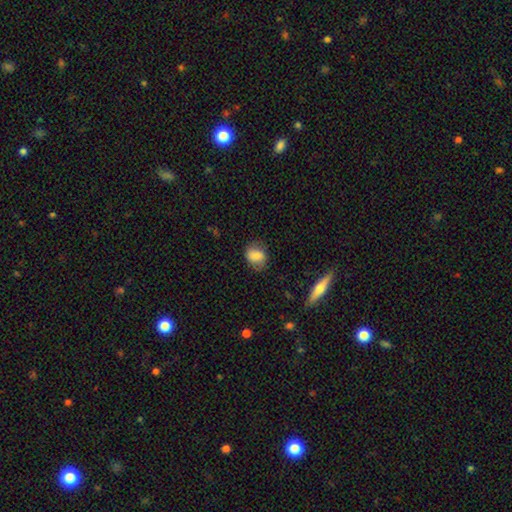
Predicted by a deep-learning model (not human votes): smooth-or-featured: smooth: 80% | featured or disk: 11% | star or artifact: 8%
  how-rounded: in between: 51% | round: 47% | cigar-shaped: 2%
  merging: none: 71% | minor disturbance: 21% | major disturbance: 7% | merger: 1%